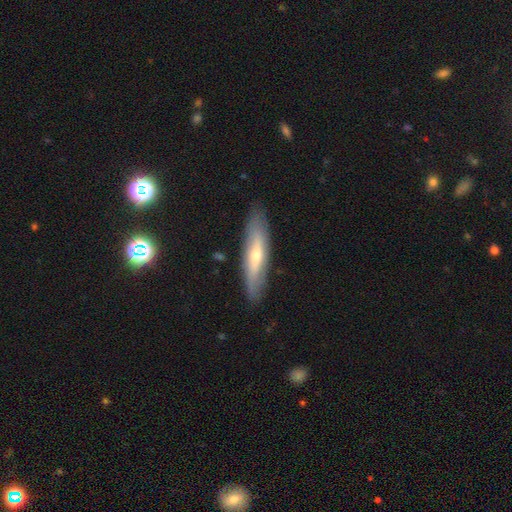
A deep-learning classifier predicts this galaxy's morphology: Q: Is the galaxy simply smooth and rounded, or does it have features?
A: featured or disk — 48%.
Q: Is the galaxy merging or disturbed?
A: none — 85%.